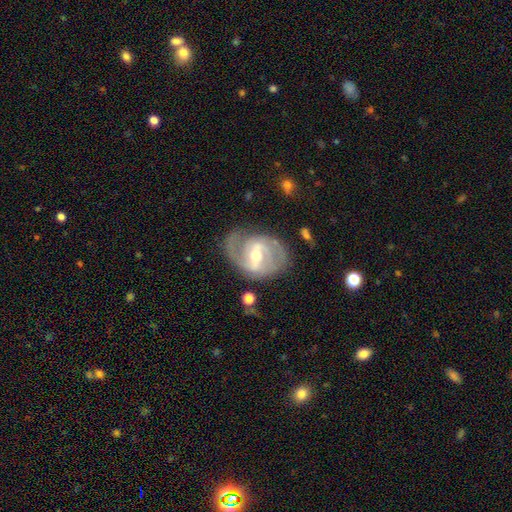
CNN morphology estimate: Smooth or featured?
  - featured or disk: 87% *
  - smooth: 8%
  - star or artifact: 5%
Edge-on disk?
  - no: 97% *
  - yes: 3%
Bar?
  - strong: 45% *
  - weak: 43%
  - no: 12%
Spiral arms?
  - yes: 94% *
  - no: 6%
Spiral winding?
  - medium: 47% *
  - tight: 37%
  - loose: 16%
Spiral arm count?
  - 2: 74% *
  - can't tell: 10%
  - 3: 9%
  - 1: 3%
  - 4: 2%
  - more than 4: 2%
Bulge size?
  - moderate: 54% *
  - small: 42%
  - large: 3%
  - none: 1%
  - dominant: 1%
Merging?
  - none: 71% *
  - minor disturbance: 18%
  - major disturbance: 9%
  - merger: 2%